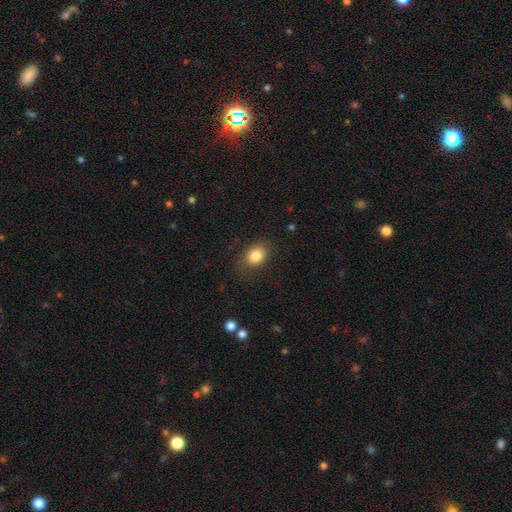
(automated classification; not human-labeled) Smooth or featured?
  - smooth: 84% *
  - star or artifact: 9%
  - featured or disk: 7%
How rounded?
  - in between: 64% *
  - round: 35%
  - cigar-shaped: 1%
Merging?
  - none: 79% *
  - minor disturbance: 15%
  - major disturbance: 5%
  - merger: 1%